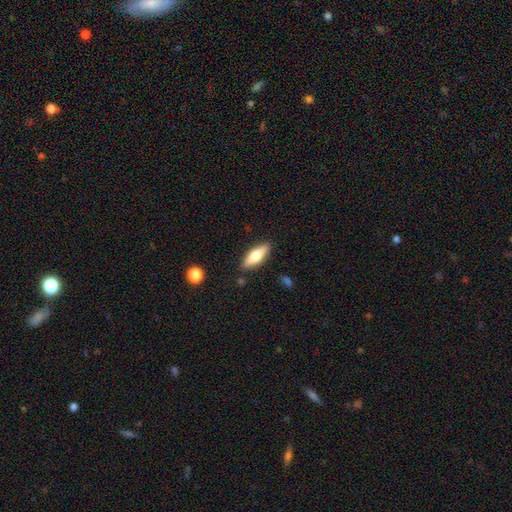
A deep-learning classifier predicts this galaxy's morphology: smooth_or_featured: smooth (p=0.54) [alt: featured or disk p=0.40]
how_rounded: in between (p=0.52) [alt: cigar-shaped p=0.46]
merging: none (p=0.87) [alt: minor disturbance p=0.09]